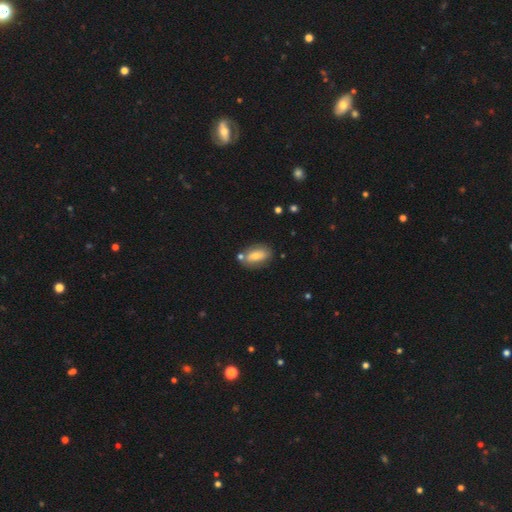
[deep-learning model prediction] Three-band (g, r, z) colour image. It shows a smooth galaxy with no disk features (66%) that is in between round and cigar-shaped (88%). Merging: none (71%).